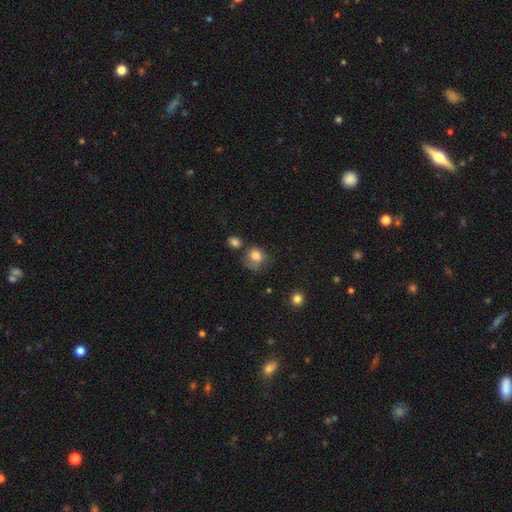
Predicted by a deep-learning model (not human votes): This is likely a smooth galaxy (79%). How rounded: likely round (70%). Merging: possibly none (45%).